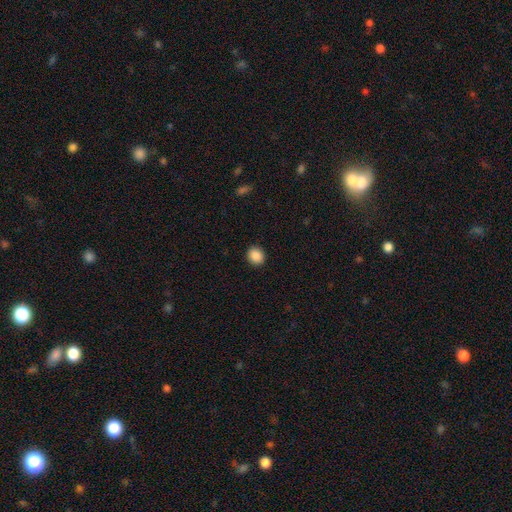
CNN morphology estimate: smooth-or-featured: smooth: 88% | star or artifact: 9% | featured or disk: 3%
  how-rounded: round: 80% | in between: 19% | cigar-shaped: 1%
  merging: none: 91% | minor disturbance: 6% | major disturbance: 2% | merger: 1%